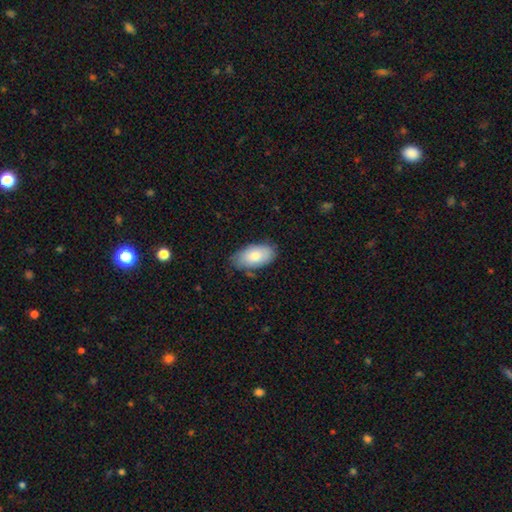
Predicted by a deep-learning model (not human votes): Smooth or featured?
  - smooth: 77% *
  - featured or disk: 16%
  - star or artifact: 6%
How rounded?
  - in between: 95% *
  - round: 3%
  - cigar-shaped: 2%
Merging?
  - none: 74% *
  - minor disturbance: 21%
  - major disturbance: 4%
  - merger: 2%